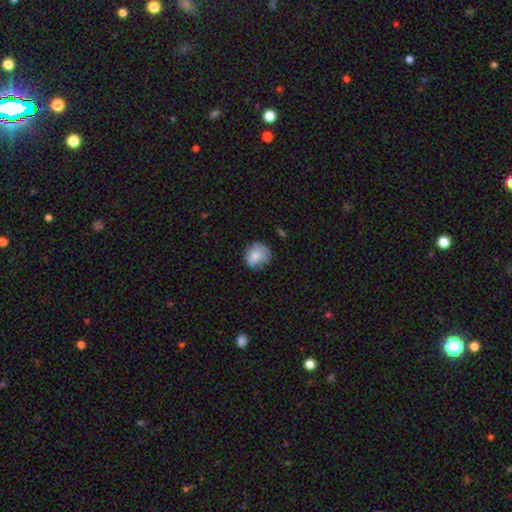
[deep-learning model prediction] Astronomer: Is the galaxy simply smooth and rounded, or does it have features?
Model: smooth — 76%.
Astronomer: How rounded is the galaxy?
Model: round — 76%.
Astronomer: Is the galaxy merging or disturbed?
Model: none — 60%.